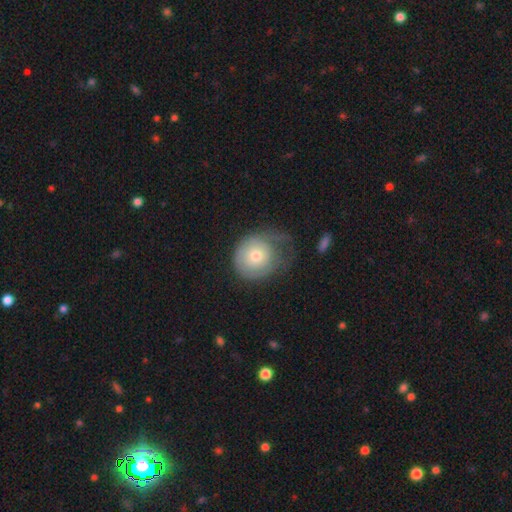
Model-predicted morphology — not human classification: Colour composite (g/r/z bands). It shows a smooth galaxy with no disk features (60%) that is round (80%). Merging: major disturbance (33%).